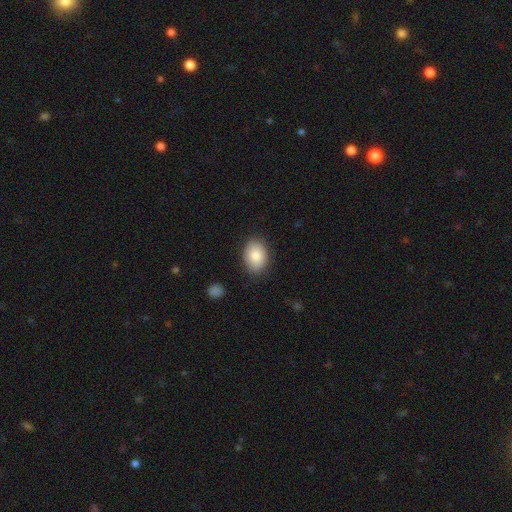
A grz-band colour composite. It shows a smooth galaxy with no disk features (90%) that is in between round and cigar-shaped (69%). Merging: none (89%).